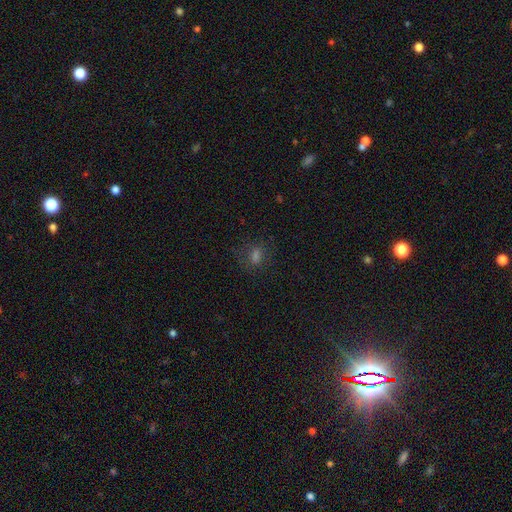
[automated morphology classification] smooth_or_featured: smooth (p=0.59) [alt: star or artifact p=0.29]
how_rounded: in between (p=0.57) [alt: round p=0.39]
merging: none (p=0.76) [alt: minor disturbance p=0.14]